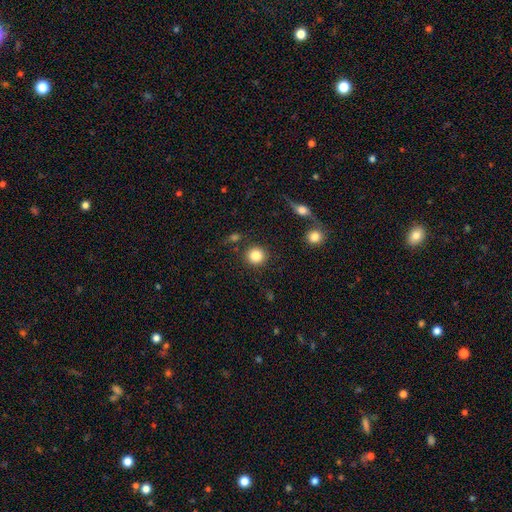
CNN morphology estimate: smooth_or_featured: smooth (p=0.85) [alt: star or artifact p=0.10]
how_rounded: round (p=0.92) [alt: in between p=0.07]
merging: none (p=0.88) [alt: minor disturbance p=0.06]